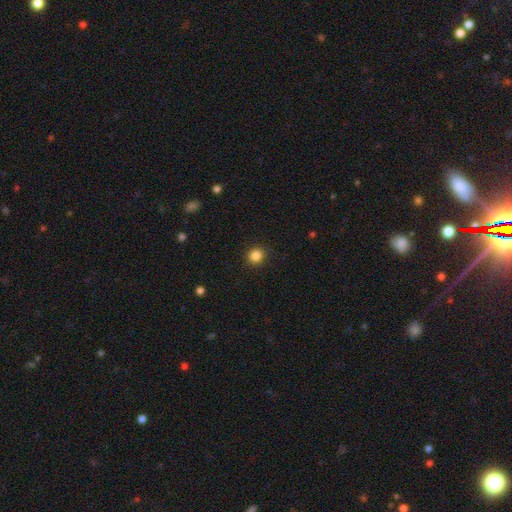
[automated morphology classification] smooth-or-featured: smooth: 85% | star or artifact: 11% | featured or disk: 4%
  how-rounded: round: 87% | in between: 12% | cigar-shaped: 1%
  merging: none: 91% | minor disturbance: 6% | major disturbance: 2% | merger: 1%